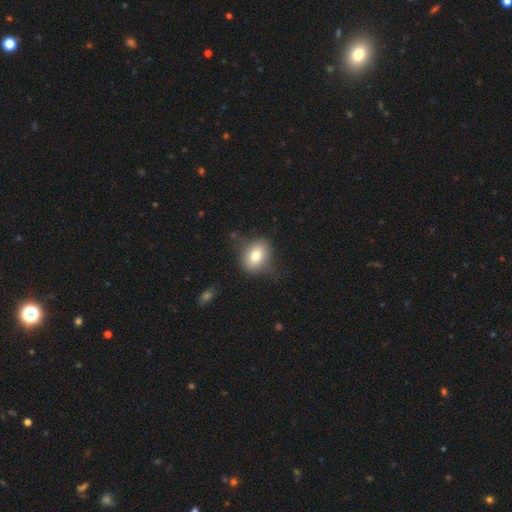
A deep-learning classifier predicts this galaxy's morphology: Smooth or featured? smooth (76%)
How rounded? in between (55%)
Merging? none (67%)